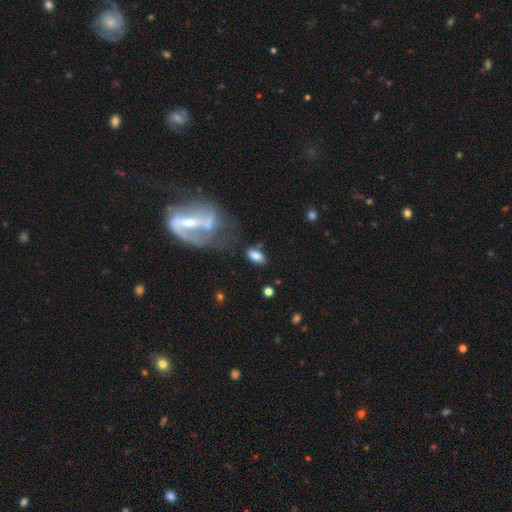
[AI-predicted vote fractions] smooth-or-featured: smooth: 79% | featured or disk: 13% | star or artifact: 8%
  how-rounded: in between: 90% | cigar-shaped: 6% | round: 5%
  merging: none: 73% | minor disturbance: 16% | major disturbance: 6% | merger: 5%